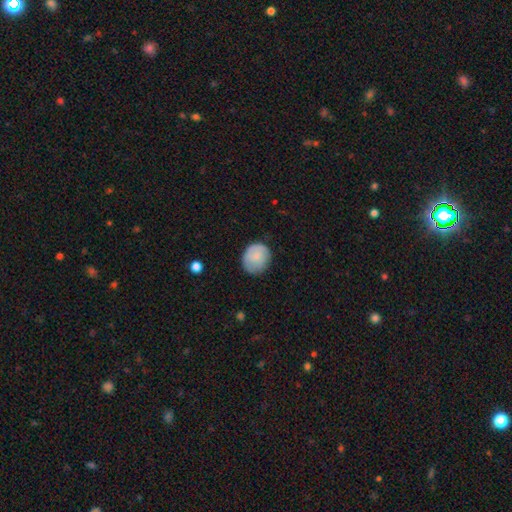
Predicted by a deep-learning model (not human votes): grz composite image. It shows a smooth galaxy with no disk features (78%) that is round (72%). Merging: none (75%).